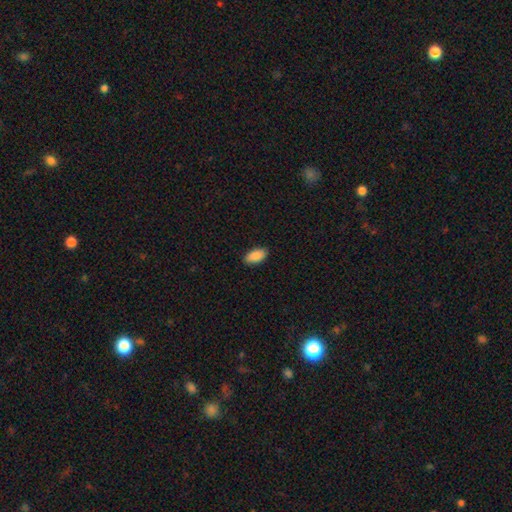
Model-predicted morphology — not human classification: A smooth galaxy with no disk features (89%) that is in between round and cigar-shaped (94%). Merging: none (89%).